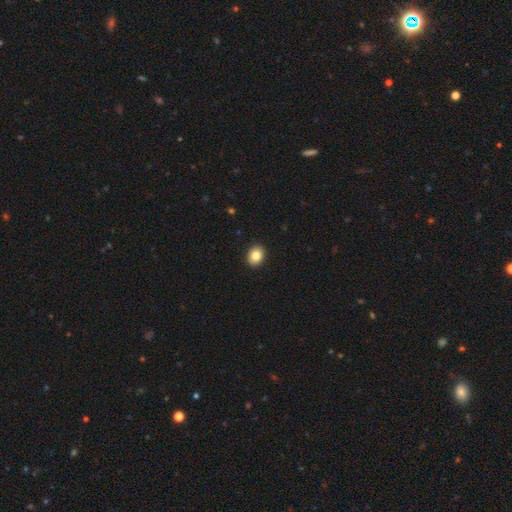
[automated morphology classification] Smooth or featured? Predicted: smooth (p=0.85). How rounded? Predicted: in between (p=0.61). Merging? Predicted: none (p=0.92).